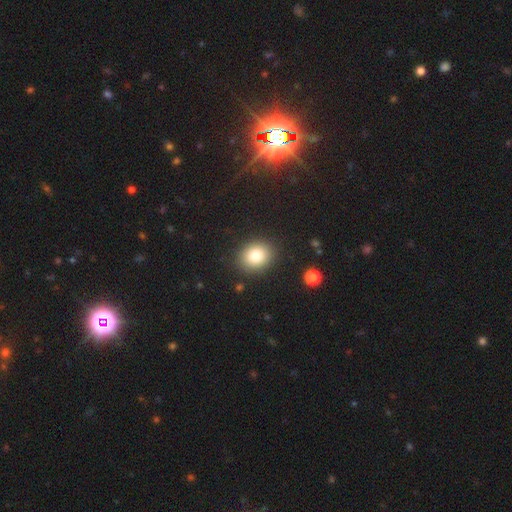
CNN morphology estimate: smooth-or-featured: smooth: 80% | star or artifact: 11% | featured or disk: 9%
  how-rounded: round: 60% | in between: 40% | cigar-shaped: 1%
  merging: none: 88% | minor disturbance: 8% | major disturbance: 3% | merger: 2%